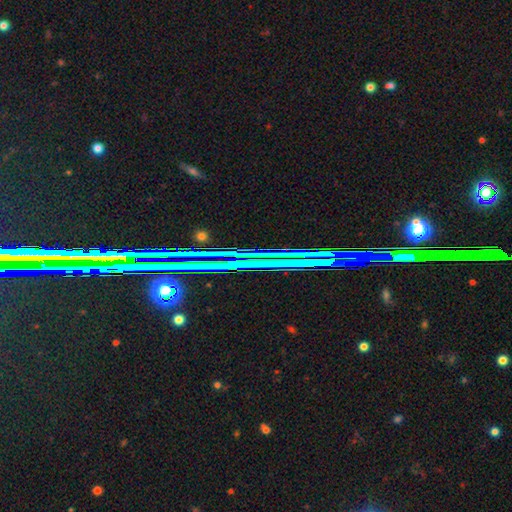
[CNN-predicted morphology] star or artifact 82%, featured or disk 10%, smooth 8%.